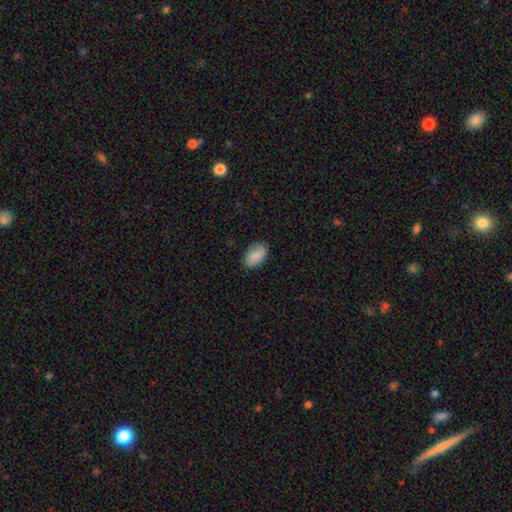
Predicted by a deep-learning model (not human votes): Q: Smooth or featured?
A: smooth (86%); runner-up: featured or disk (8%)
Q: How rounded?
A: in between (91%); runner-up: round (8%)
Q: Merging?
A: none (84%); runner-up: minor disturbance (13%)